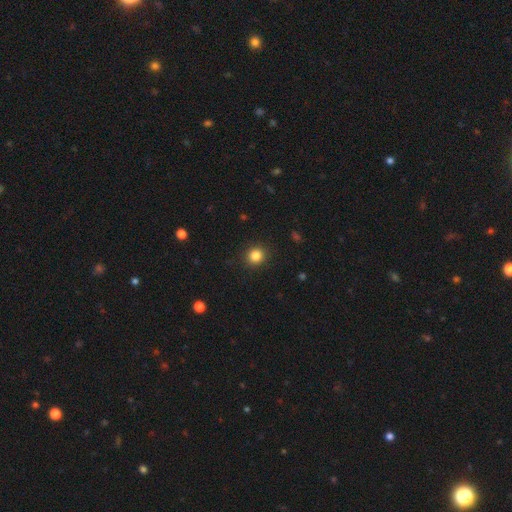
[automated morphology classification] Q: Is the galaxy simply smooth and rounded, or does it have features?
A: smooth — 84%.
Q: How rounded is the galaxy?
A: round — 87%.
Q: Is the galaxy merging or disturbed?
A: none — 91%.